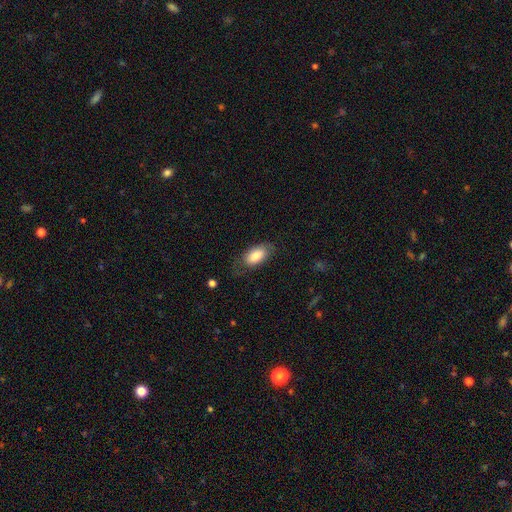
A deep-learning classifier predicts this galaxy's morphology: smooth_or_featured: smooth (p=0.80) [alt: featured or disk p=0.14]
how_rounded: in between (p=0.92) [alt: cigar-shaped p=0.04]
merging: none (p=0.65) [alt: minor disturbance p=0.23]